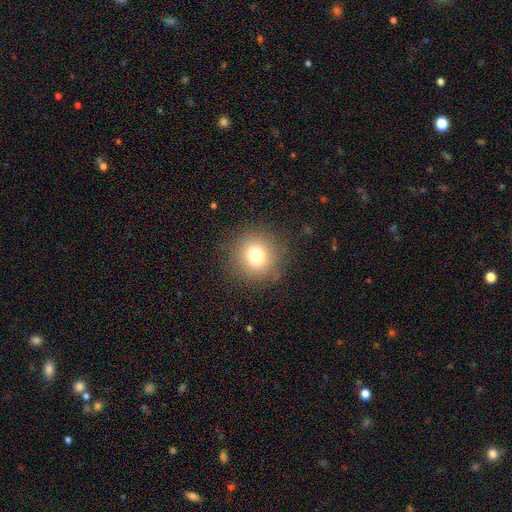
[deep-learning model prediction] A smooth galaxy with no disk features (76%) that is round (93%). Merging: none (87%).